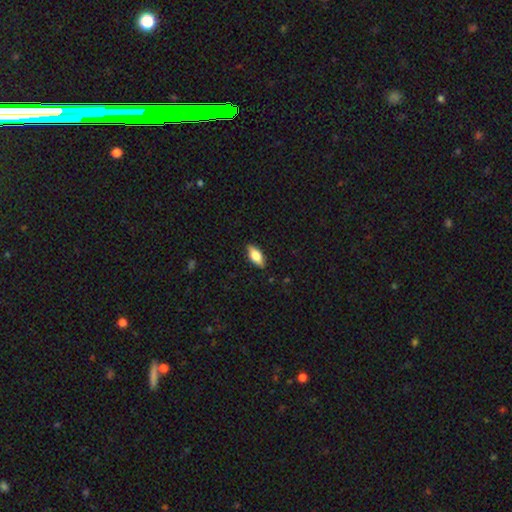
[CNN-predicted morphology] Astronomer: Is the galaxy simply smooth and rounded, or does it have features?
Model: smooth — 65%.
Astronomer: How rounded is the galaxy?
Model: in between — 81%.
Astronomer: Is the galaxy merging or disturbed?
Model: none — 87%.